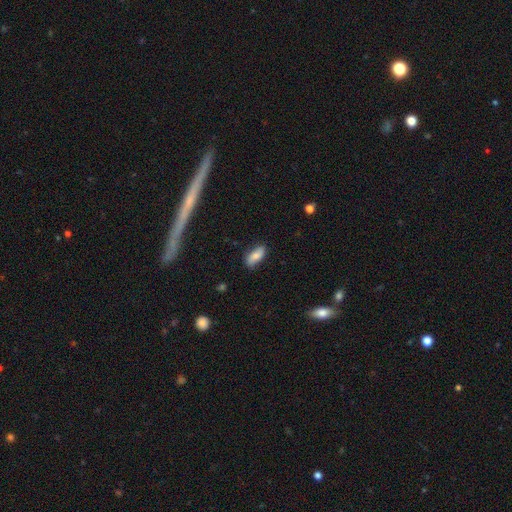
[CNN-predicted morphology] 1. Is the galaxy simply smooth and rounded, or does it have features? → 78% smooth, 15% featured or disk, 7% star or artifact.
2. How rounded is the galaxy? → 83% in between, 14% cigar-shaped, 3% round.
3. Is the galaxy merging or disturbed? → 78% none, 17% minor disturbance, 3% major disturbance, 2% merger.